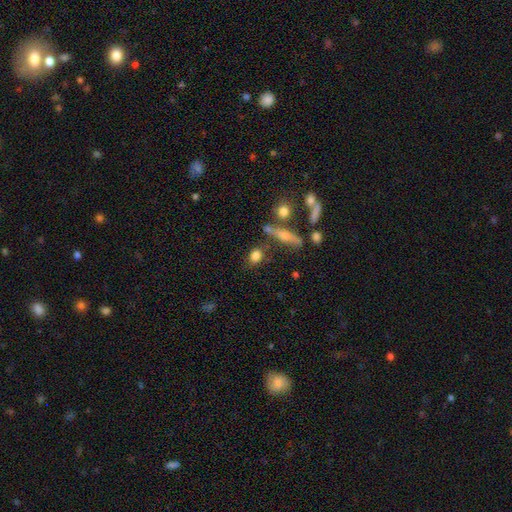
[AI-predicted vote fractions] smooth-or-featured: smooth: 78% | featured or disk: 12% | star or artifact: 10%
  how-rounded: in between: 55% | round: 38% | cigar-shaped: 7%
  merging: none: 70% | minor disturbance: 14% | merger: 11% | major disturbance: 5%